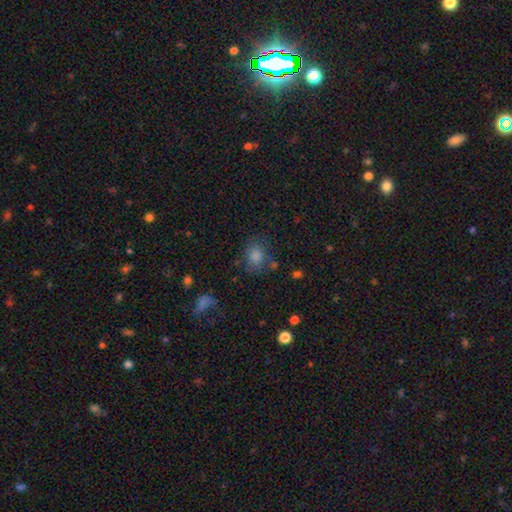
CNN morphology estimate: Q: Smooth or featured?
A: smooth (70%); runner-up: star or artifact (19%)
Q: How rounded?
A: round (58%); runner-up: in between (40%)
Q: Merging?
A: none (70%); runner-up: minor disturbance (17%)